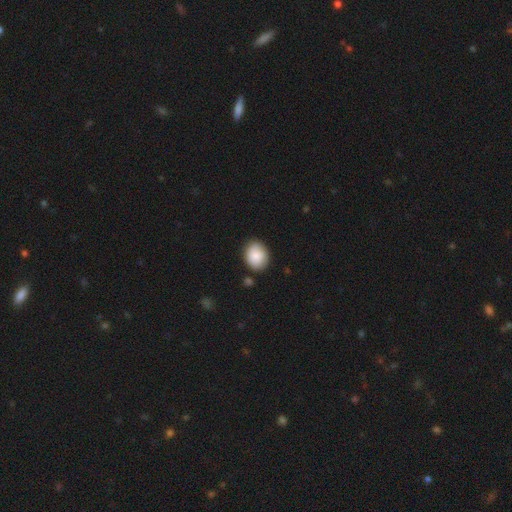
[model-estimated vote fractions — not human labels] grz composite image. It shows a smooth galaxy with no disk features (86%) that is in between round and cigar-shaped (50%). Merging: none (81%).